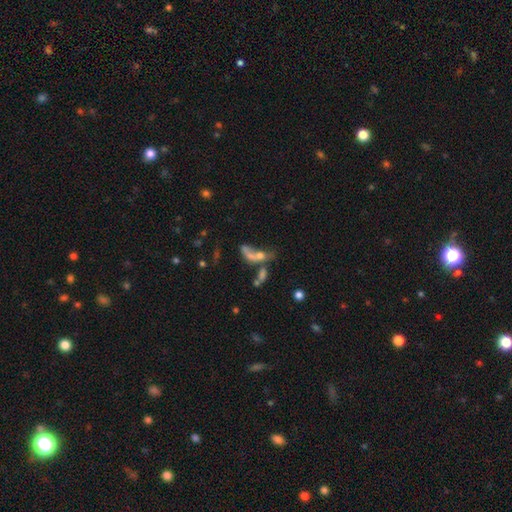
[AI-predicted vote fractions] Smooth or featured? smooth (48%)
Merging? merger (56%)